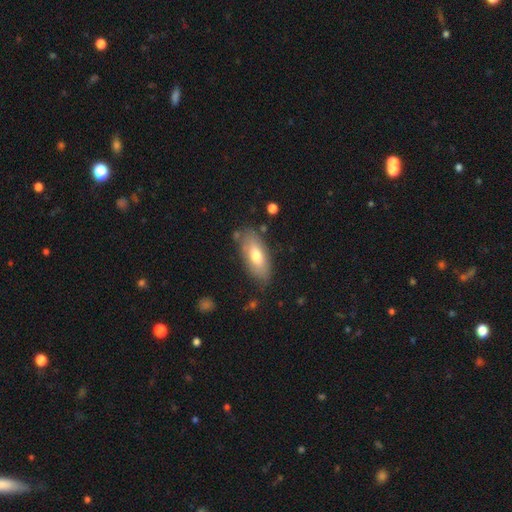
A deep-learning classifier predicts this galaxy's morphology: Smooth or featured? Predicted: smooth (p=0.69). How rounded? Predicted: in between (p=0.83). Merging? Predicted: none (p=0.78).